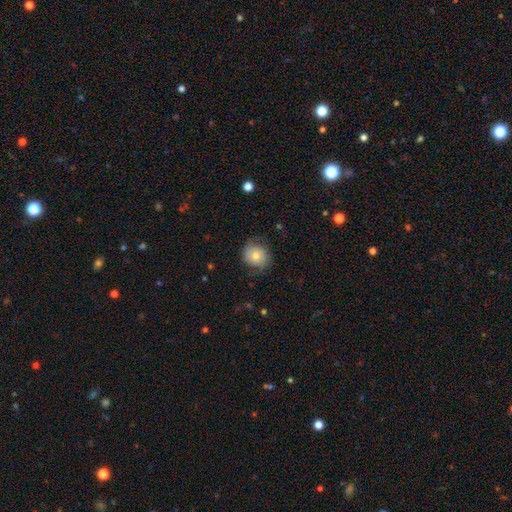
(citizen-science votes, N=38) Smooth or featured? featured or disk (61%)
Edge-on disk? no (96%)
Bar? no (59%)
Spiral arms? yes (91%)
Spiral winding? loose (40%)
Spiral arm count? 2 (85%)
Bulge size? moderate (45%)
Merging? none (58%)